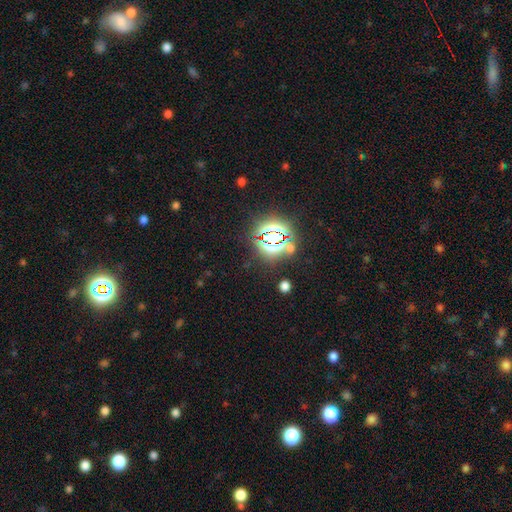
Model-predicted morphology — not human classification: A star or artifact, not a galaxy (79%).